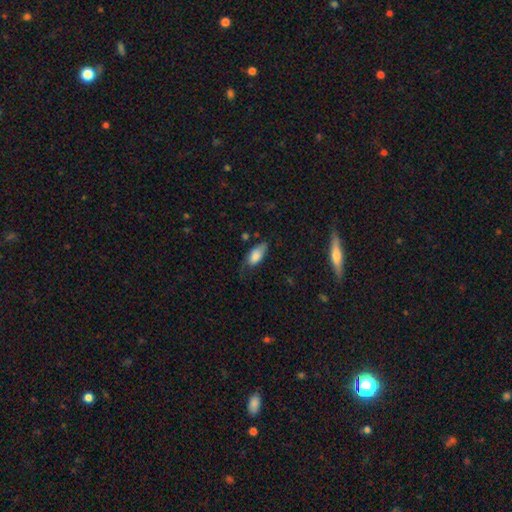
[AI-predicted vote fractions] Morphology: type=smooth (80%); roundness=in between (89%); merging=none (51%).